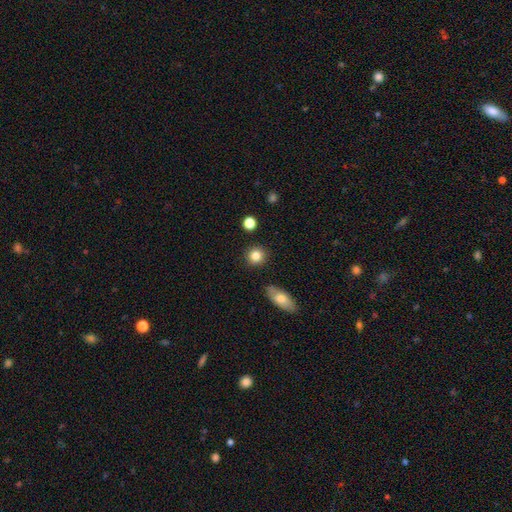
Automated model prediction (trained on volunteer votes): Morphology: type=smooth (84%); roundness=round (89%); merging=none (89%).